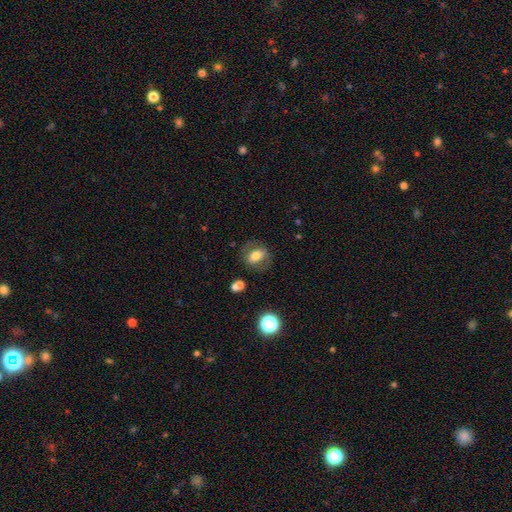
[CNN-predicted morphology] This is possibly a smooth galaxy (59%). How rounded: likely in between (66%). Merging: likely none (71%).